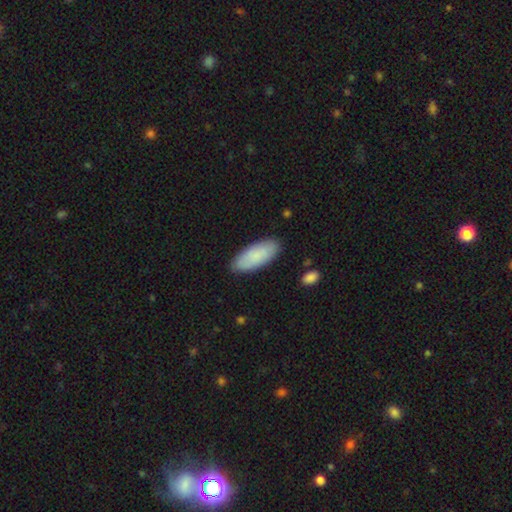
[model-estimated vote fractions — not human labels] smooth 85%, featured or disk 9%, star or artifact 5%. Down the decision tree: how rounded — in between (83%); merging — none (86%).